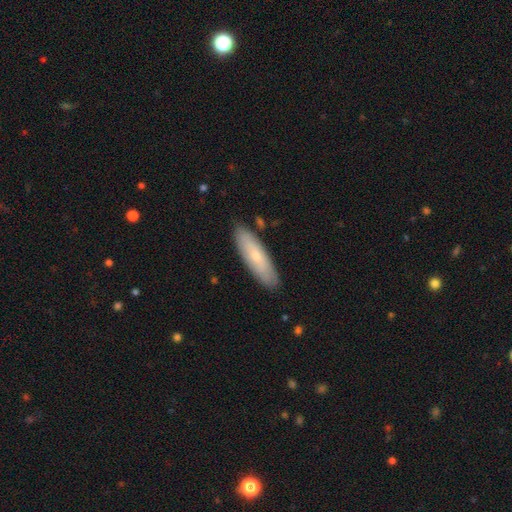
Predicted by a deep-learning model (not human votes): Smooth or featured: smooth — 63% (featured or disk — 31%)
How rounded: cigar-shaped — 57% (in between — 42%)
Merging: none — 86% (minor disturbance — 11%)